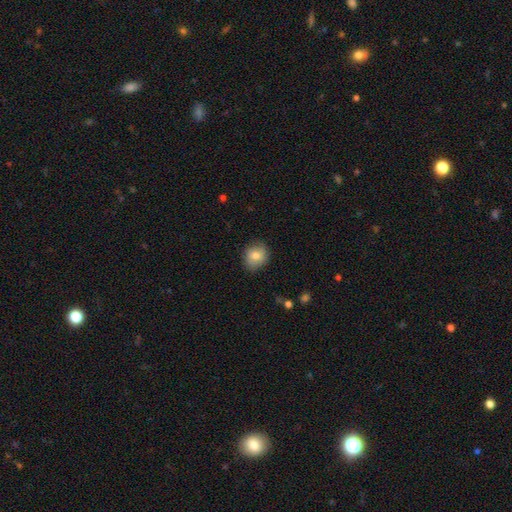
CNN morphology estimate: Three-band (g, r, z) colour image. It shows a smooth galaxy with no disk features (77%) that is round (67%). Merging: none (82%).